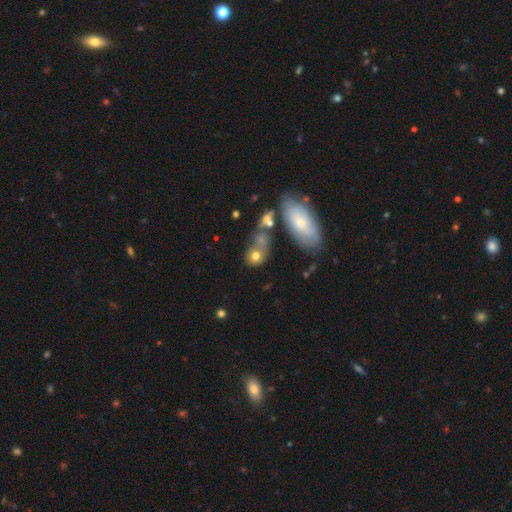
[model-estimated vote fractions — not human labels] A smooth galaxy with no disk features (69%) that is in between round and cigar-shaped (49%).

Vote fractions:
- Smooth or featured? smooth: 69% / featured or disk: 19% / star or artifact: 12%
- How rounded? in between: 49% / round: 48% / cigar-shaped: 3%
- Merging? none: 40% / merger: 31% / minor disturbance: 17% / major disturbance: 12%